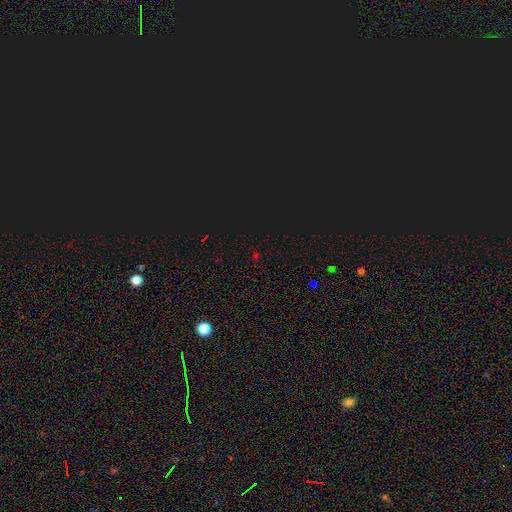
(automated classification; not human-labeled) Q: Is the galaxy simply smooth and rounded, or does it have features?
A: star or artifact — 73%.